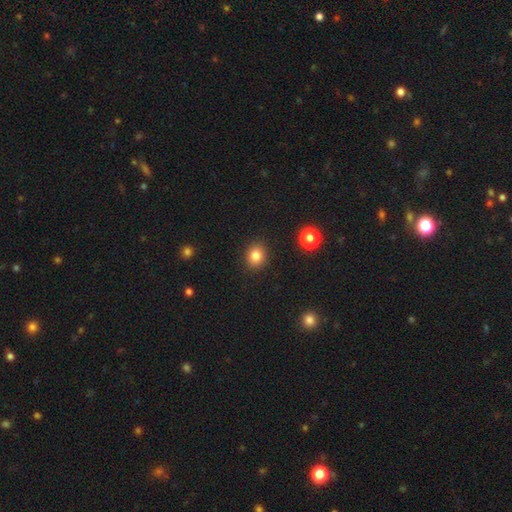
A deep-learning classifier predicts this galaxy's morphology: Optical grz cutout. It shows a smooth galaxy with no disk features (82%) that is round (71%). Merging: none (90%).